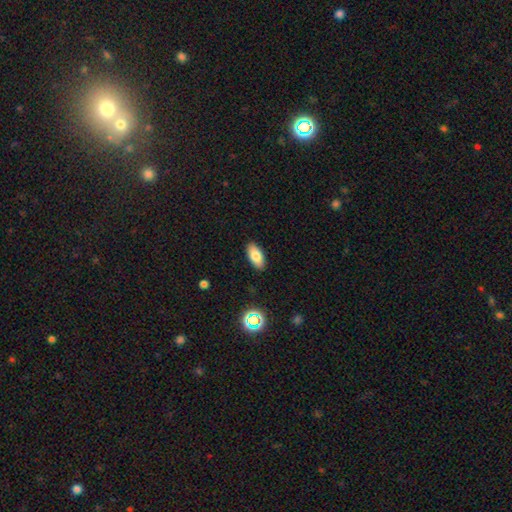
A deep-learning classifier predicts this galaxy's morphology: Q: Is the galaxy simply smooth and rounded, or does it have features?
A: smooth — 80%.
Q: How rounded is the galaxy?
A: in between — 90%.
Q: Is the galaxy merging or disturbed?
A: none — 89%.